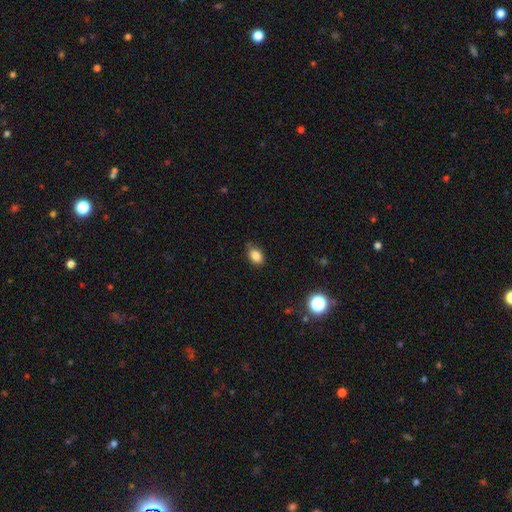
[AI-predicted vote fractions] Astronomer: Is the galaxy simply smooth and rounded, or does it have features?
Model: smooth — 84%.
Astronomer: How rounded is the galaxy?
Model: in between — 80%.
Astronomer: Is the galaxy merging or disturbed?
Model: none — 71%.